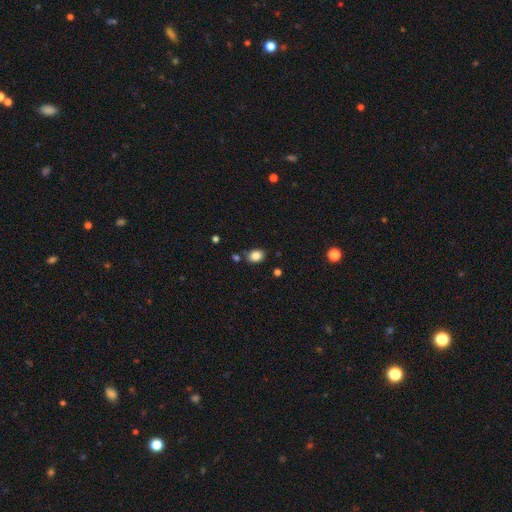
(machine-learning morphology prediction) A smooth galaxy with no disk features (85%) that is in between round and cigar-shaped (65%).

Vote fractions:
- Smooth or featured? smooth: 85% / star or artifact: 10% / featured or disk: 5%
- How rounded? in between: 65% / round: 34% / cigar-shaped: 1%
- Merging? none: 79% / minor disturbance: 12% / merger: 6% / major disturbance: 3%